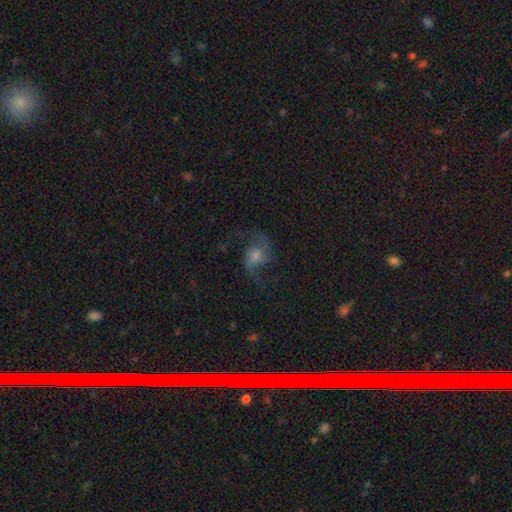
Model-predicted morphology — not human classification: This is likely a featured or disk galaxy (75%). It is clearly not viewed edge-on (97%). Bar: possibly no (60%). Spiral arm pattern: clearly yes (95%). Spiral arm count: clearly 2 (91%). Spiral winding: likely loose (62%). Central bulge: possibly moderate (47%). Merging: likely none (69%).